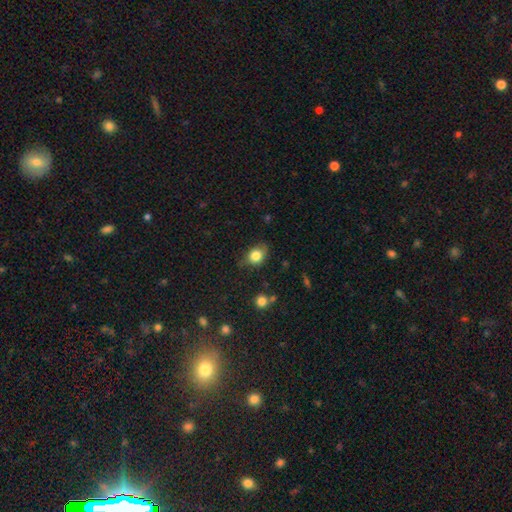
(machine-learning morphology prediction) A smooth galaxy with no disk features (82%) that is in between round and cigar-shaped (50%).

Vote fractions:
- Smooth or featured? smooth: 82% / star or artifact: 10% / featured or disk: 8%
- How rounded? in between: 50% / round: 49% / cigar-shaped: 1%
- Merging? none: 69% / minor disturbance: 24% / major disturbance: 5% / merger: 2%